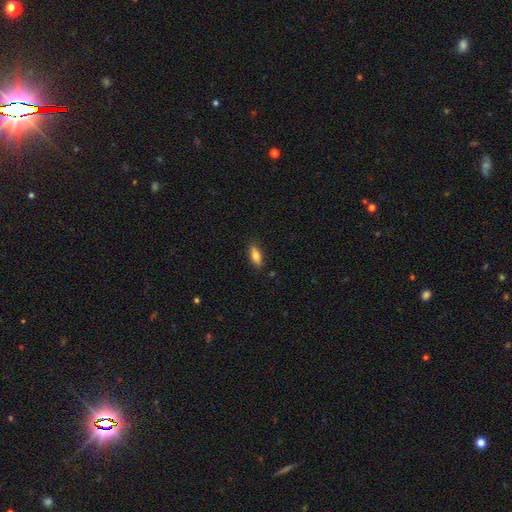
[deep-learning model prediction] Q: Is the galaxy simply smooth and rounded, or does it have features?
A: smooth — 78%.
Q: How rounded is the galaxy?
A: in between — 74%.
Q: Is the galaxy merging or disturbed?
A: none — 85%.